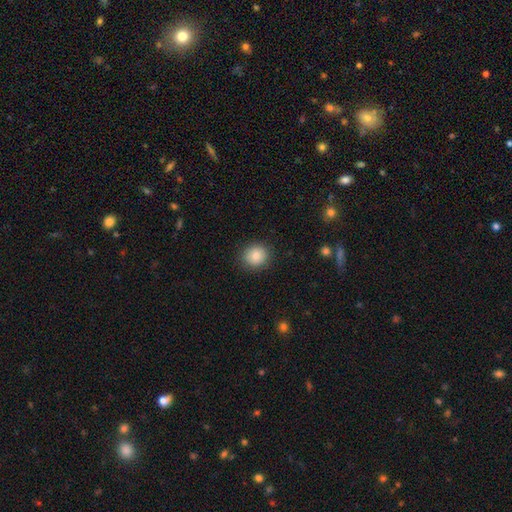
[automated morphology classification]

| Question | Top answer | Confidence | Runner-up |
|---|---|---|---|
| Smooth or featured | smooth | 83% | star or artifact (9%) |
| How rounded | round | 83% | in between (16%) |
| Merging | none | 89% | minor disturbance (8%) |